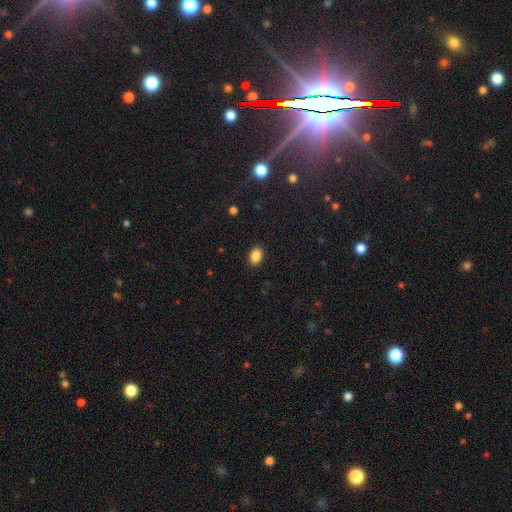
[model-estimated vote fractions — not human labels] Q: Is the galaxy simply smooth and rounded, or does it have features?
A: smooth — 88%.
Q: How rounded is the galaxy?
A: in between — 85%.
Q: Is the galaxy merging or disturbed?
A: none — 89%.